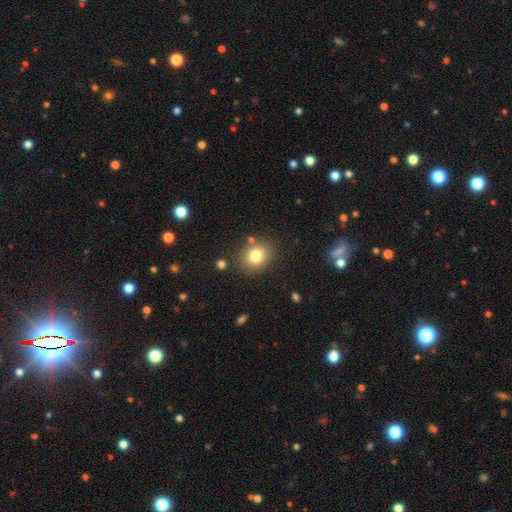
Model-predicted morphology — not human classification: smooth-or-featured: smooth: 79% | star or artifact: 11% | featured or disk: 10%
  how-rounded: round: 61% | in between: 38% | cigar-shaped: 1%
  merging: none: 82% | minor disturbance: 10% | merger: 5% | major disturbance: 3%